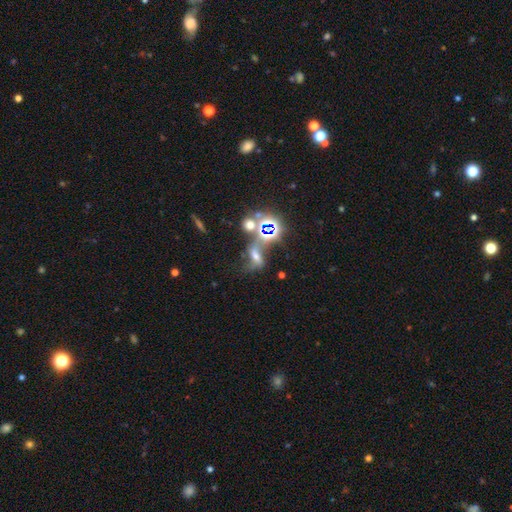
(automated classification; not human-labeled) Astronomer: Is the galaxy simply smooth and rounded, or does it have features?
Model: star or artifact — 37% (runner-up: smooth, 33%).